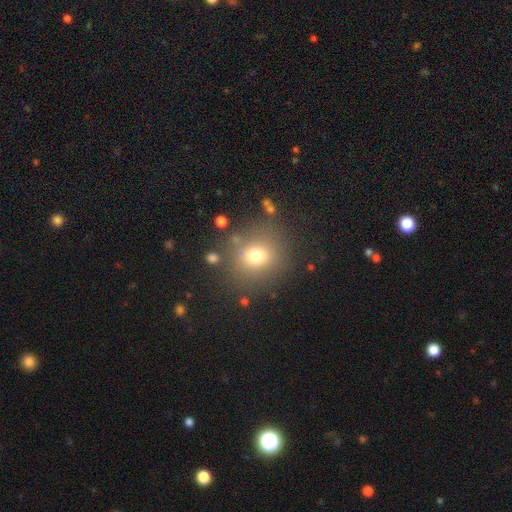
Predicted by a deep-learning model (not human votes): smooth 71%, star or artifact 17%, featured or disk 12%. Down the decision tree: how rounded — round (79%); merging — none (78%).